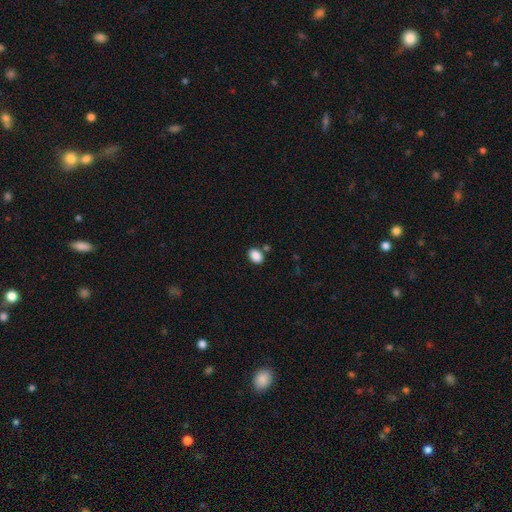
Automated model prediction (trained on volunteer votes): Overall: smooth (88%). How rounded: in between (77%). Merging: none (78%).